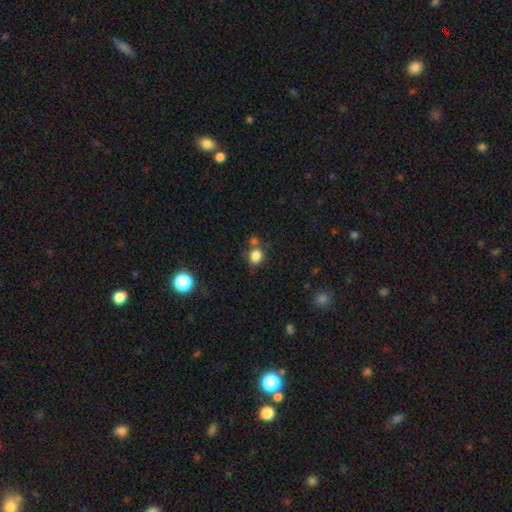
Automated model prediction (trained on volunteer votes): smooth_or_featured: smooth (p=0.83) [alt: star or artifact p=0.12]
how_rounded: round (p=0.70) [alt: in between p=0.29]
merging: none (p=0.64) [alt: merger p=0.17]